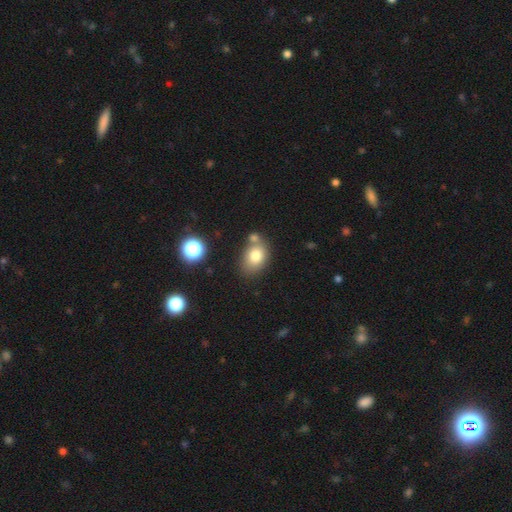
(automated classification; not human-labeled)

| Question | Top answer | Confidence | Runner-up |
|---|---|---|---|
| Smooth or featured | smooth | 77% | featured or disk (12%) |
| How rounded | in between | 72% | round (27%) |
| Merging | none | 55% | merger (24%) |